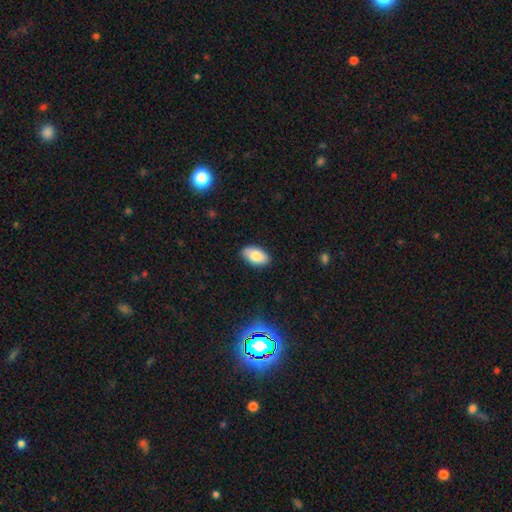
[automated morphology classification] The model was most divided on "smooth or featured": smooth: 83%, featured or disk: 9%, star or artifact: 7%. More confident: how rounded — in between (94%); merging — none (86%).